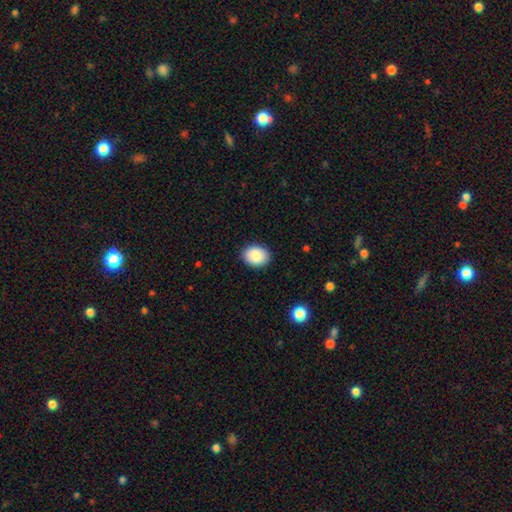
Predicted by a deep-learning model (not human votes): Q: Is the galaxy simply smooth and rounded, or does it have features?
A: smooth — 87%.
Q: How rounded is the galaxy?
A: in between — 61%.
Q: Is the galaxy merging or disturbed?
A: none — 89%.